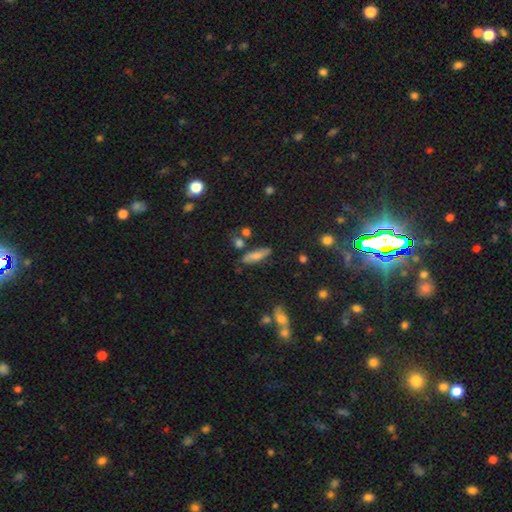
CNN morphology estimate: Smooth or featured?
  - smooth: 67% *
  - featured or disk: 24%
  - star or artifact: 9%
How rounded?
  - cigar-shaped: 53% *
  - in between: 43%
  - round: 3%
Merging?
  - none: 72% *
  - minor disturbance: 17%
  - merger: 7%
  - major disturbance: 5%